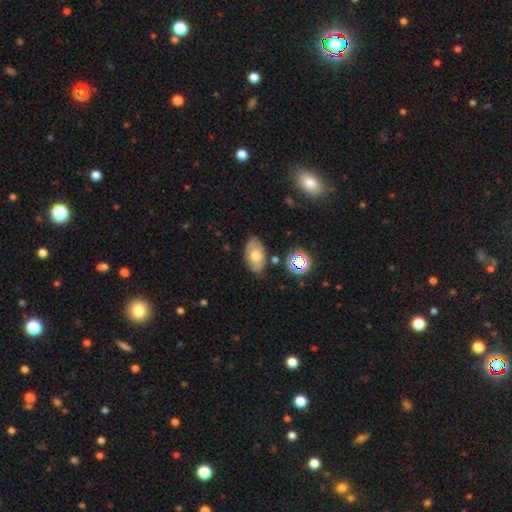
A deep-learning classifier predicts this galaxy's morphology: This appears to be a smooth galaxy with no disk features (56%) that is in between round and cigar-shaped (89%). Merging: none (78%).